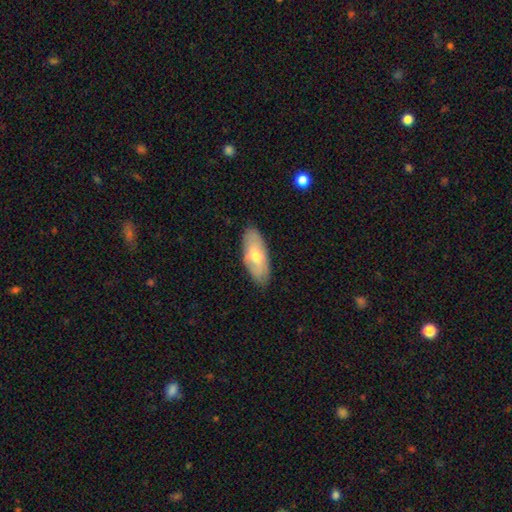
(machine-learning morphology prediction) type=smooth (58%); roundness=in between (83%); merging=none (84%).